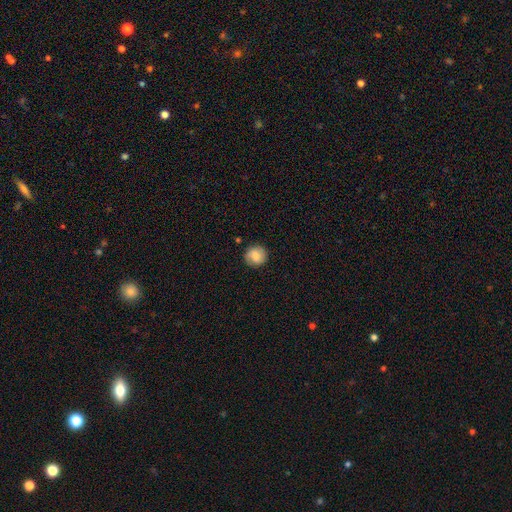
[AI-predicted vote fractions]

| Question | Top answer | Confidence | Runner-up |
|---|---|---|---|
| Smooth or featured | smooth | 73% | featured or disk (19%) |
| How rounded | round | 90% | in between (9%) |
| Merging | none | 86% | minor disturbance (10%) |